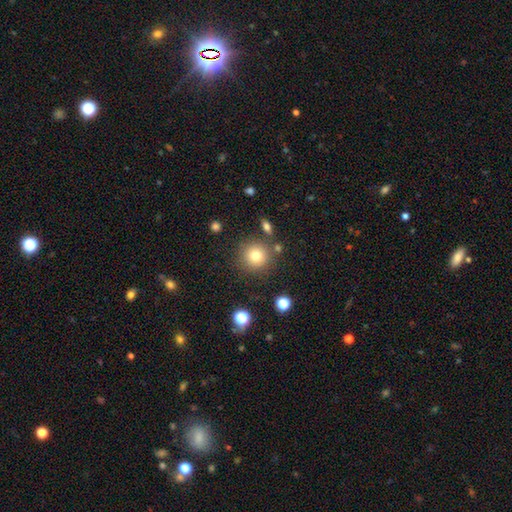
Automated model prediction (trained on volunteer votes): Smooth or featured? Predicted: smooth (p=0.78). How rounded? Predicted: round (p=0.93). Merging? Predicted: none (p=0.82).